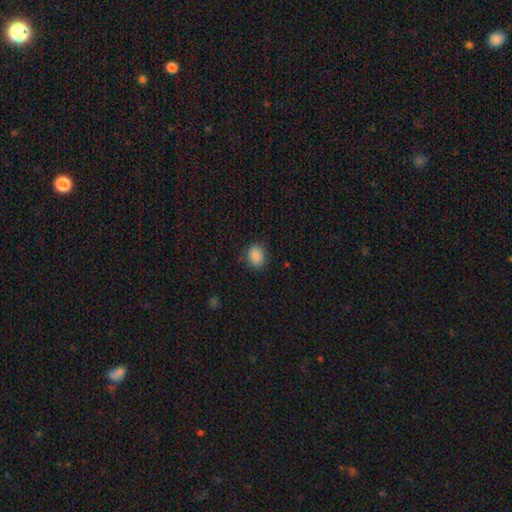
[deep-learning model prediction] Overall: smooth (86%). How rounded: round (50%; in between 49%). Merging: none (82%).